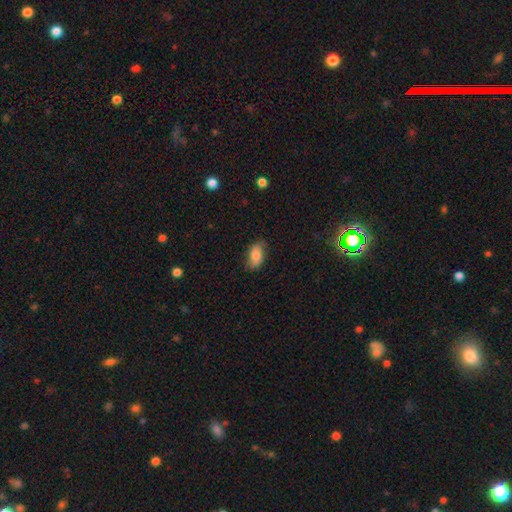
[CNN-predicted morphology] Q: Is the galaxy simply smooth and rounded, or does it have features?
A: smooth — 79%.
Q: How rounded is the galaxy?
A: in between — 92%.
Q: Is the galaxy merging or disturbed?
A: none — 75%.